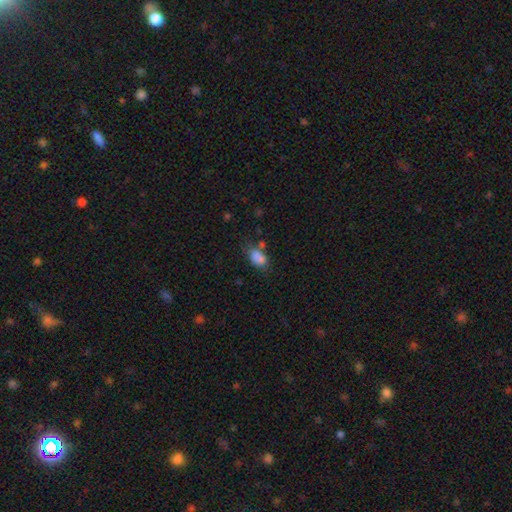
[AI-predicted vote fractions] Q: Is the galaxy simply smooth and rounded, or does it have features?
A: smooth — 79%.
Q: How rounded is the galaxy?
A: in between — 84%.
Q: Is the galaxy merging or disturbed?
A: none — 47%.